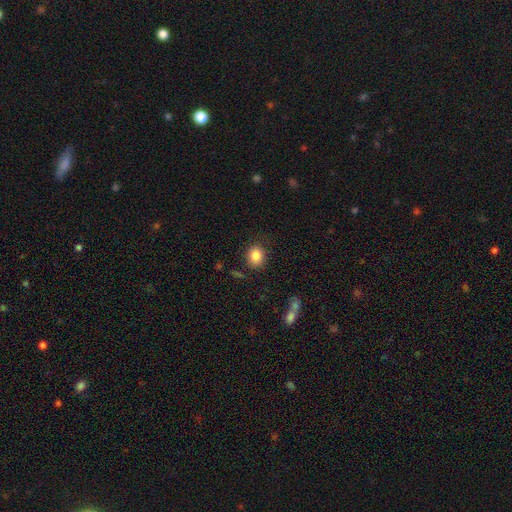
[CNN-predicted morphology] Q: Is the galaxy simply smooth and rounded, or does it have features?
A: smooth — 85%.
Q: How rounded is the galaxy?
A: round — 71%.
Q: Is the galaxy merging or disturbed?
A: none — 84%.